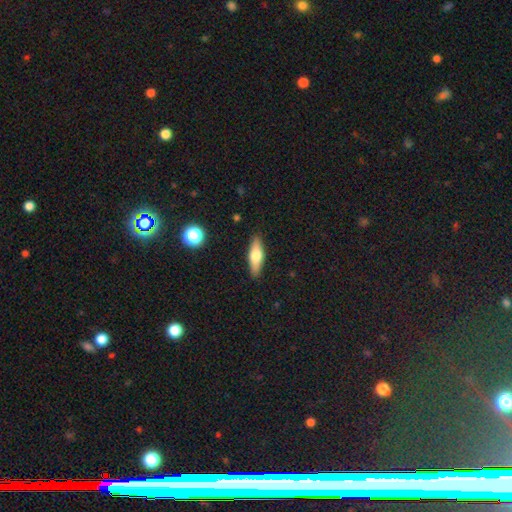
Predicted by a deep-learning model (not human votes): A smooth galaxy with no disk features (61%) that is in between round and cigar-shaped (52%).

Vote fractions:
- Smooth or featured? smooth: 61% / featured or disk: 33% / star or artifact: 7%
- How rounded? in between: 52% / cigar-shaped: 45% / round: 3%
- Merging? none: 88% / minor disturbance: 9% / major disturbance: 2% / merger: 1%